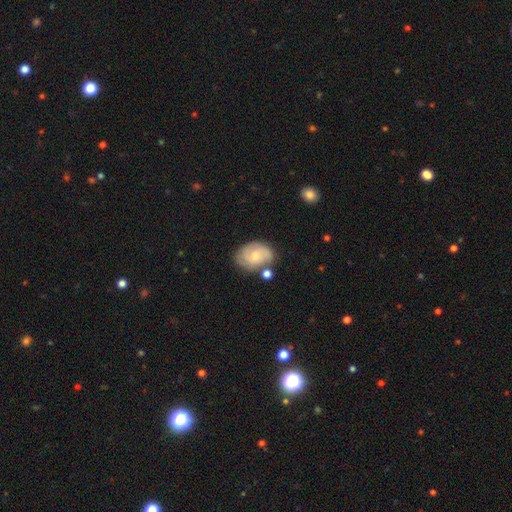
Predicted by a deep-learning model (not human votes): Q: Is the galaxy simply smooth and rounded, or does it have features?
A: featured or disk — 46%, tied with smooth.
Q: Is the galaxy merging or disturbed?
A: none — 59%.